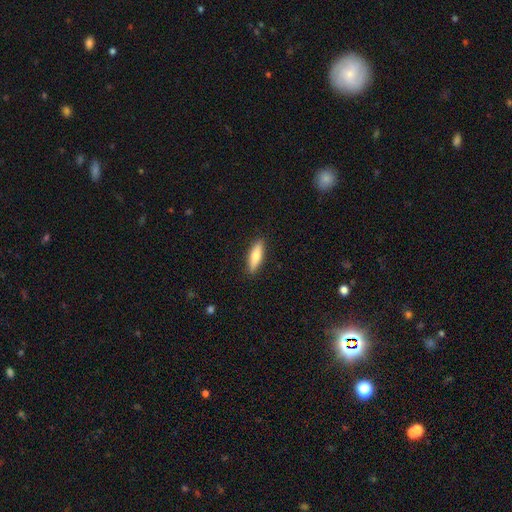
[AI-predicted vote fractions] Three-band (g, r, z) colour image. It shows a smooth galaxy with no disk features (71%) that is cigar-shaped (61%). Merging: none (89%).